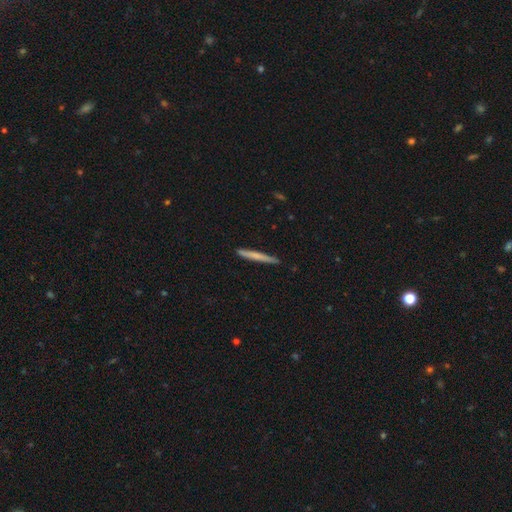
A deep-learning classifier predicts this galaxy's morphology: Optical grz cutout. It shows a smooth galaxy with no disk features (62%) that is cigar-shaped (97%). Merging: none (90%).